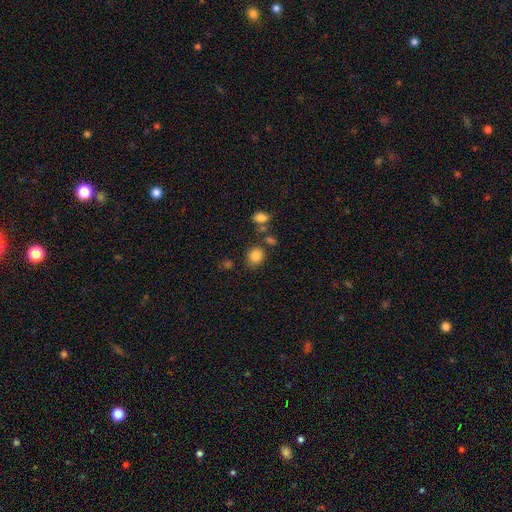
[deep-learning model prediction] Q: Smooth or featured?
A: smooth (84%); runner-up: star or artifact (11%)
Q: How rounded?
A: round (66%); runner-up: in between (33%)
Q: Merging?
A: none (73%); runner-up: minor disturbance (14%)